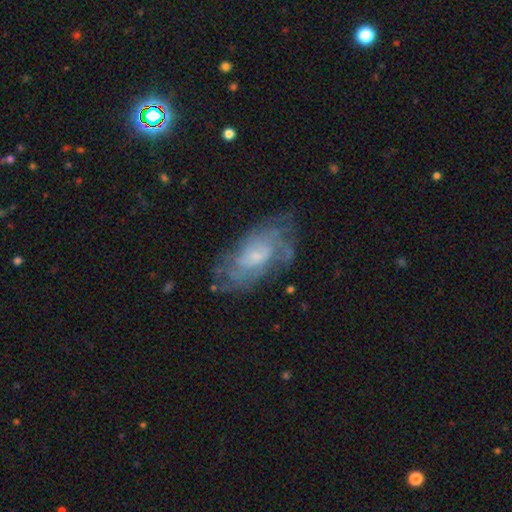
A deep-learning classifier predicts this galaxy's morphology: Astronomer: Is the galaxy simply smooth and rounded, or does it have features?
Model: featured or disk — 71%.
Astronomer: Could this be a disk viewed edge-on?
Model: no — 93%.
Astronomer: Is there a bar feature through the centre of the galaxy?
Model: no — 63%.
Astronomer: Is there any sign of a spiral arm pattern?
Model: yes — 82%.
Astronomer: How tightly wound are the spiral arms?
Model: tight — 53% (runner-up: medium, 35%).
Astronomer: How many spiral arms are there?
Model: can't tell — 57%.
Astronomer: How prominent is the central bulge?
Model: small — 54% (runner-up: moderate, 30%).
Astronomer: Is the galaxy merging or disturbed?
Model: none — 67%.